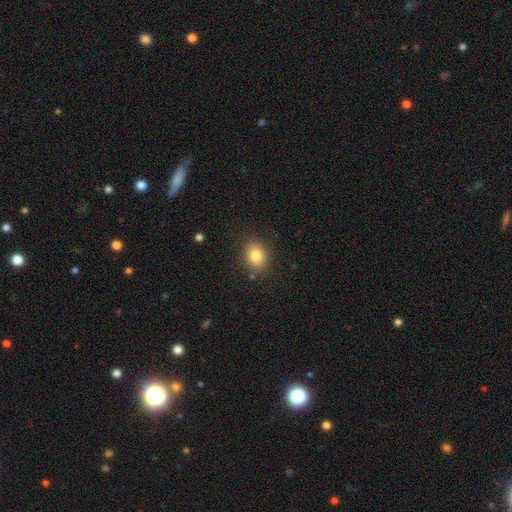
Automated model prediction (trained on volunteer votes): Overall: smooth (80%). How rounded: round (65%; in between 34%). Merging: none (85%).